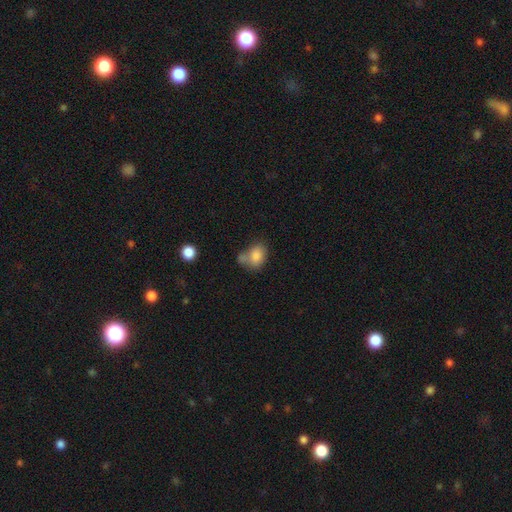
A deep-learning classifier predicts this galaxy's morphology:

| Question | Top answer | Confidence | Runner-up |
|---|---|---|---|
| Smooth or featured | smooth | 83% | featured or disk (9%) |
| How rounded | in between | 70% | round (29%) |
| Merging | none | 41% | merger (32%) |